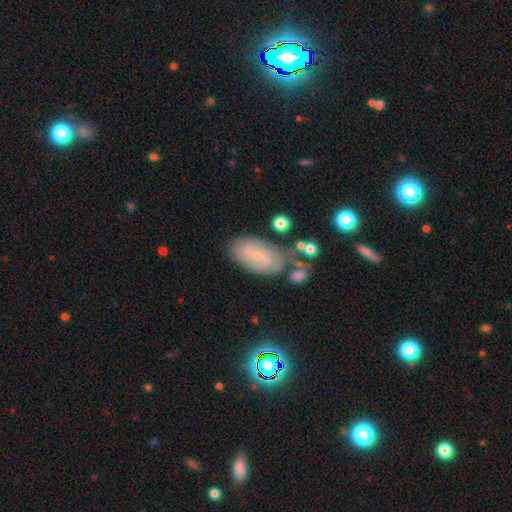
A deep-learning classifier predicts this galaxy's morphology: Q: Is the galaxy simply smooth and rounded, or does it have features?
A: featured or disk — 62%.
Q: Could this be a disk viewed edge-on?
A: no — 95%.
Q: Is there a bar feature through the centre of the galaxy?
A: weak — 47%.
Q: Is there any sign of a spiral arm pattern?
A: yes — 84%.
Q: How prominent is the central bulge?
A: small — 76%.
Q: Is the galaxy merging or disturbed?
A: none — 61%.